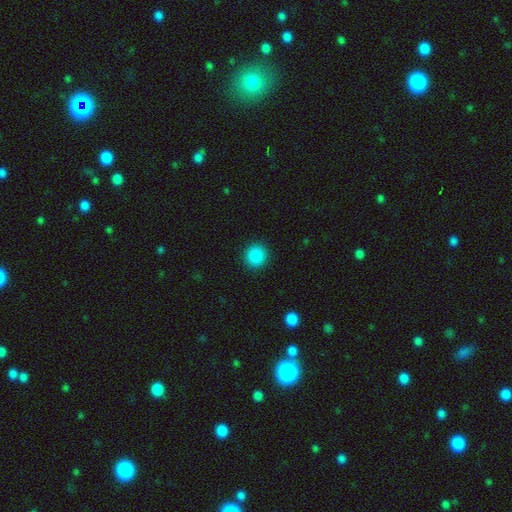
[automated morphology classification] The model was most divided on "smooth or featured": smooth: 88%, star or artifact: 9%, featured or disk: 3%. More confident: how rounded — round (92%); merging — none (92%).